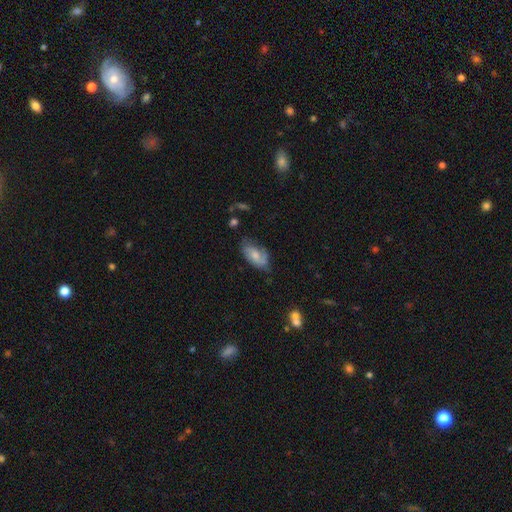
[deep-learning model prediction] Smooth or featured? smooth (54%)
How rounded? in between (90%)
Merging? none (54%)